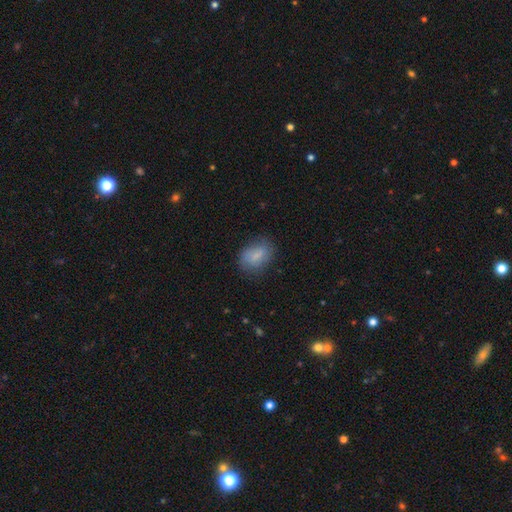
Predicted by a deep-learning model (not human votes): A smooth galaxy with no disk features (78%) that is in between round and cigar-shaped (80%).

Vote fractions:
- Smooth or featured? smooth: 78% / featured or disk: 14% / star or artifact: 8%
- How rounded? in between: 80% / round: 17% / cigar-shaped: 2%
- Merging? none: 75% / minor disturbance: 19% / major disturbance: 5% / merger: 1%